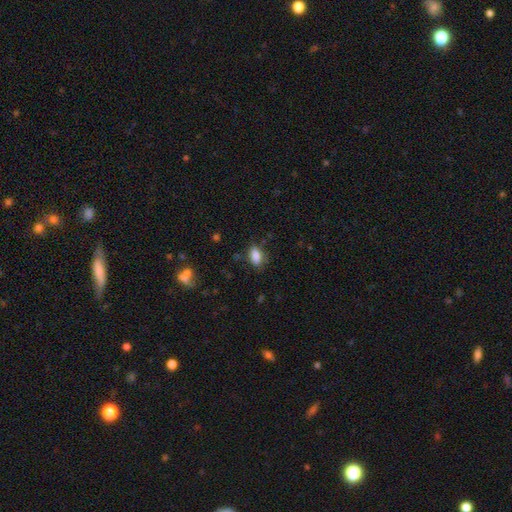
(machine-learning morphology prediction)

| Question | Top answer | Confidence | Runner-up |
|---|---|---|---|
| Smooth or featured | smooth | 85% | star or artifact (9%) |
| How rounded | in between | 88% | cigar-shaped (6%) |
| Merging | none | 76% | minor disturbance (17%) |